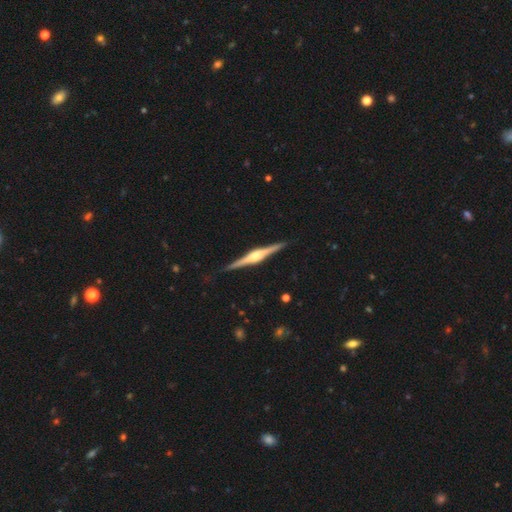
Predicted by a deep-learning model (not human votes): This appears to be a featured or disk galaxy (85%) viewed edge-on (99%) with a rounded central bulge (83%). Merging: none (90%).